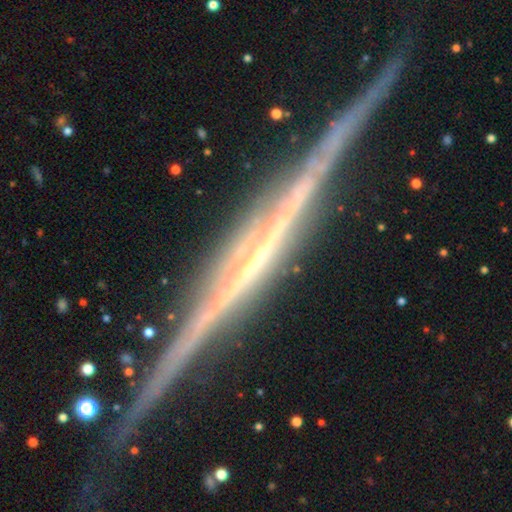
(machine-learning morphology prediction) This appears to be a featured or disk galaxy (88%) viewed edge-on (98%) with no central bulge (54%). Merging: none (86%).